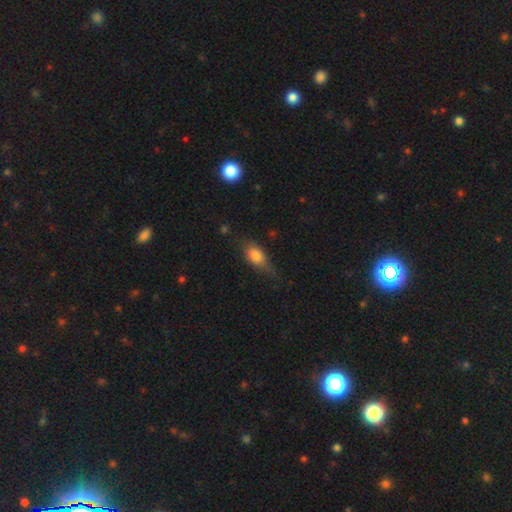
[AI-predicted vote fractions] Smooth or featured?
  - smooth: 76% *
  - featured or disk: 16%
  - star or artifact: 8%
How rounded?
  - in between: 82% *
  - cigar-shaped: 10%
  - round: 8%
Merging?
  - none: 50% *
  - minor disturbance: 36%
  - major disturbance: 12%
  - merger: 2%